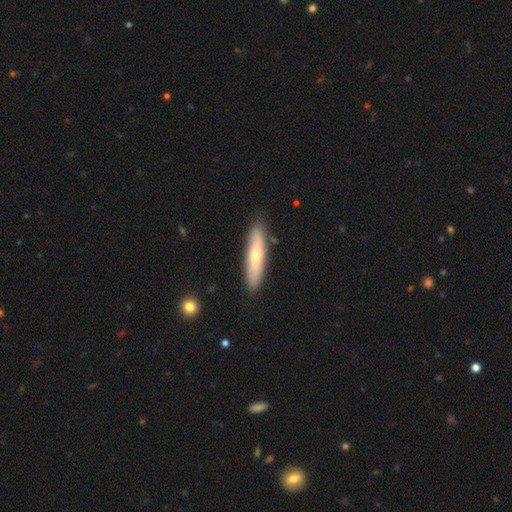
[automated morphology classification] The model was most divided on "smooth or featured": smooth: 62%, featured or disk: 33%, star or artifact: 6%. More confident: merging — none (87%); how rounded — cigar-shaped (80%).